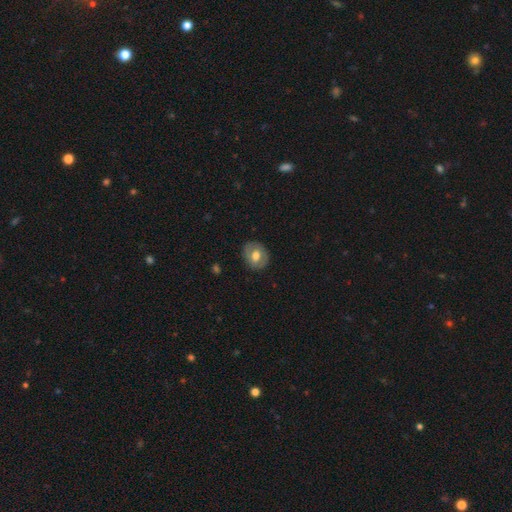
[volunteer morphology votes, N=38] Smooth or featured? 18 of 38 (47%) said smooth. How rounded? 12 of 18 (67%) said round. Merging? 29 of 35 (83%) said none.